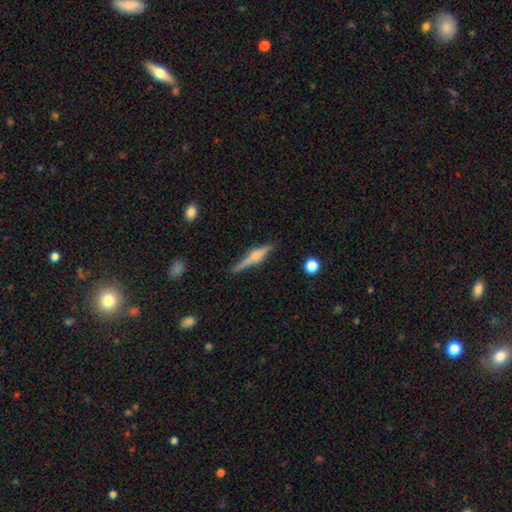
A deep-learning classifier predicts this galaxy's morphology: This appears to be a featured or disk galaxy (71%) viewed edge-on (98%) with a rounded central bulge (88%). Merging: none (85%).